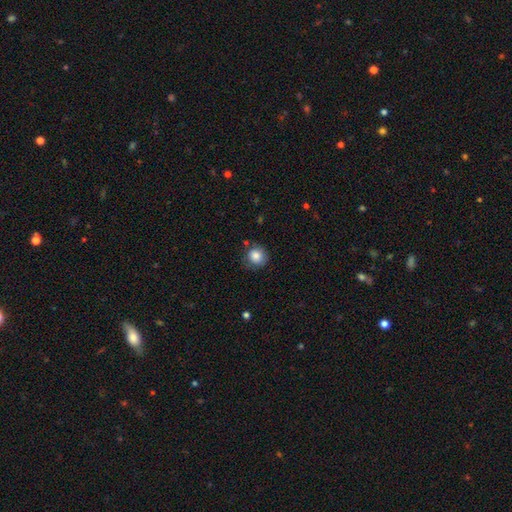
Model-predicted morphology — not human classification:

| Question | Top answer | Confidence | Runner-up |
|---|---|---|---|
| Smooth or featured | smooth | 83% | star or artifact (9%) |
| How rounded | round | 87% | in between (12%) |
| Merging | none | 72% | minor disturbance (20%) |